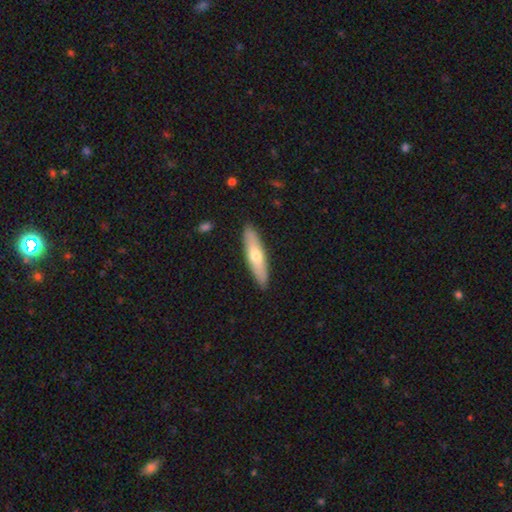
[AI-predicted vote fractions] Smooth or featured: smooth — 59% (featured or disk — 36%)
How rounded: cigar-shaped — 72% (in between — 26%)
Merging: none — 90% (minor disturbance — 8%)